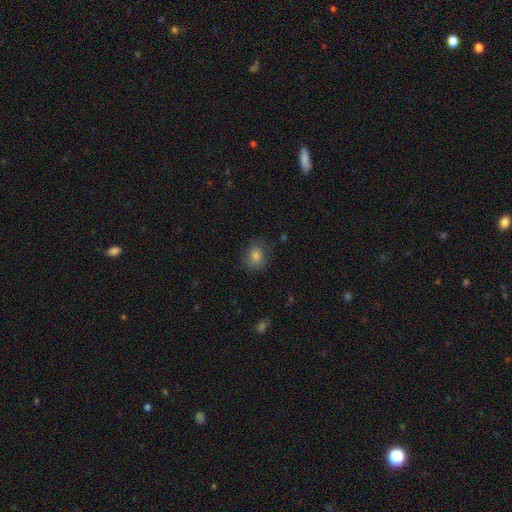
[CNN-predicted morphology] A smooth galaxy with no disk features (76%) that is round (65%).

Vote fractions:
- Smooth or featured? smooth: 76% / star or artifact: 13% / featured or disk: 11%
- How rounded? round: 65% / in between: 34% / cigar-shaped: 1%
- Merging? none: 75% / minor disturbance: 18% / major disturbance: 6% / merger: 1%